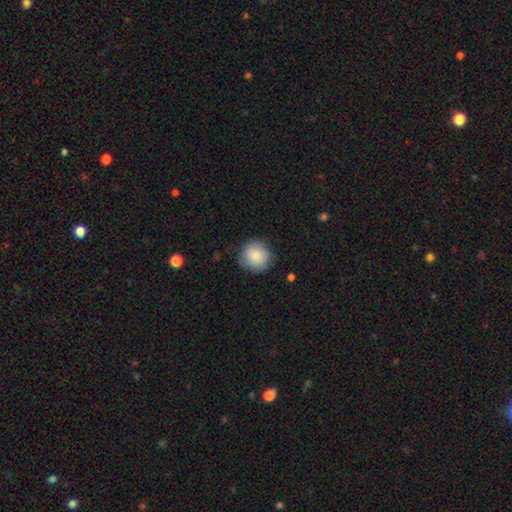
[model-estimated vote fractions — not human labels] Smooth or featured? Predicted: smooth (p=0.86). How rounded? Predicted: round (p=0.93). Merging? Predicted: none (p=0.85).